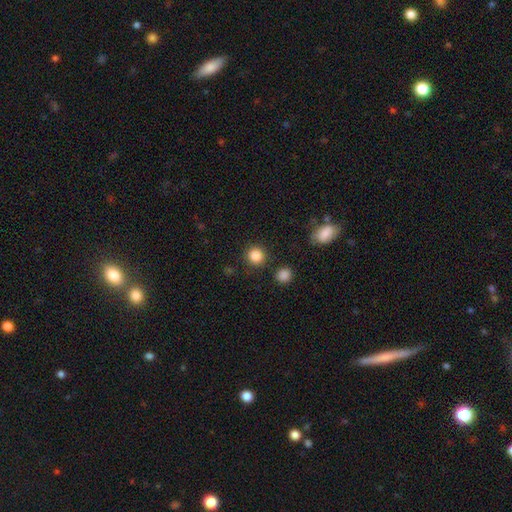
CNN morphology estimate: Smooth or featured? smooth (86%)
How rounded? round (92%)
Merging? none (88%)